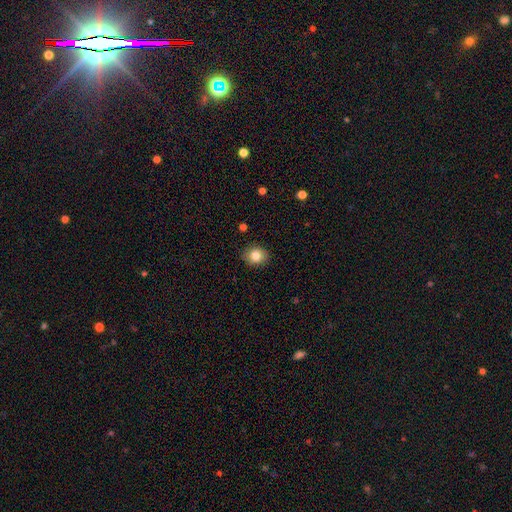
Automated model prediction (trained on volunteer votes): A smooth galaxy with no disk features (83%) that is round (60%).

Vote fractions:
- Smooth or featured? smooth: 83% / star or artifact: 9% / featured or disk: 8%
- How rounded? round: 60% / in between: 39% / cigar-shaped: 1%
- Merging? none: 89% / minor disturbance: 8% / major disturbance: 2% / merger: 1%